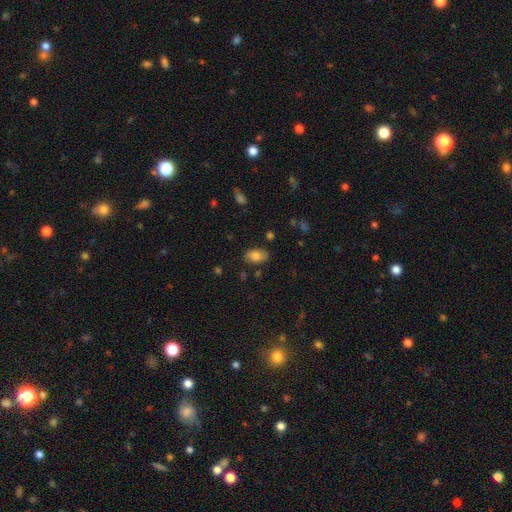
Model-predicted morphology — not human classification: smooth 76%, featured or disk 16%, star or artifact 8%. Down the decision tree: how rounded — in between (91%); merging — none (78%).